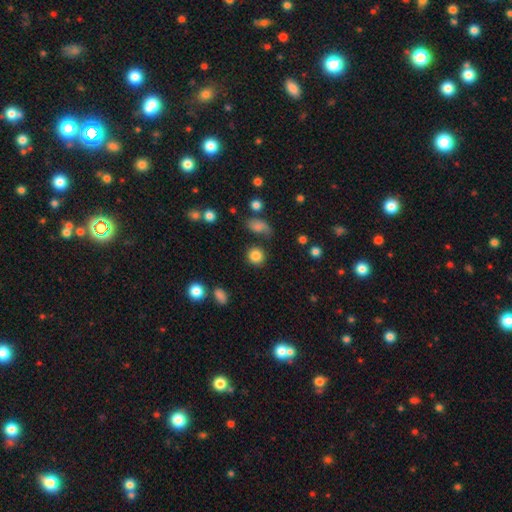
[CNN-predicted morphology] Smooth or featured: smooth — 84% (star or artifact — 10%)
How rounded: round — 89% (in between — 10%)
Merging: none — 79% (minor disturbance — 11%)